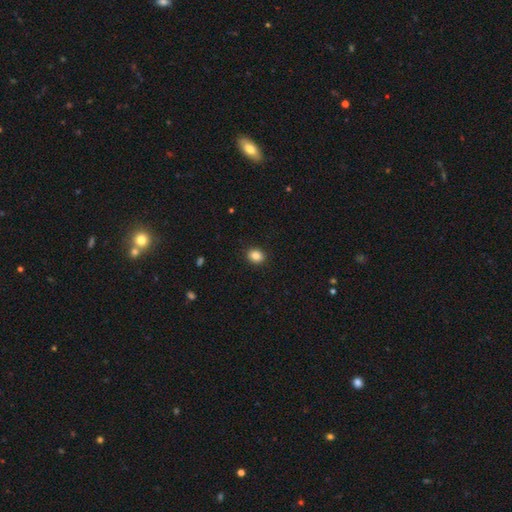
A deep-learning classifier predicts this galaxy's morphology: Smooth or featured: smooth — 86% (star or artifact — 10%)
How rounded: round — 55% (in between — 44%)
Merging: none — 91% (minor disturbance — 6%)